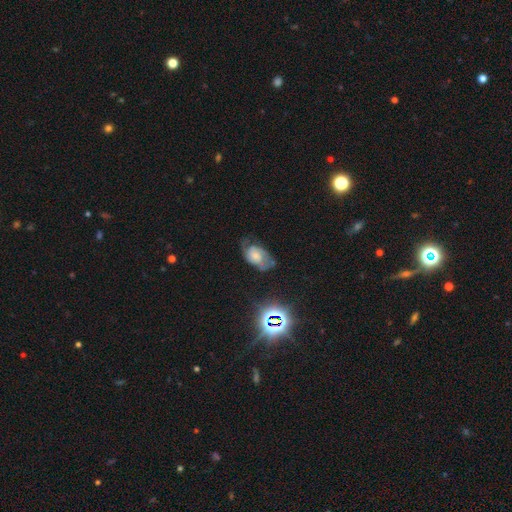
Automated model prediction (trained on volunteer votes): A featured or disk galaxy (57%) with no bar (72%), spiral arms (83%) and a moderate central bulge (35%).

Vote fractions:
- Smooth or featured? featured or disk: 57% / smooth: 30% / star or artifact: 13%
- Edge-on disk? no: 95% / yes: 5%
- Bar? no: 72% / weak: 24% / strong: 5%
- Spiral arms? yes: 83% / no: 17%
- Bulge size? moderate: 35% / small: 32% / large: 16% / none: 13% / dominant: 3%
- Merging? none: 48% / minor disturbance: 30% / major disturbance: 19% / merger: 3%